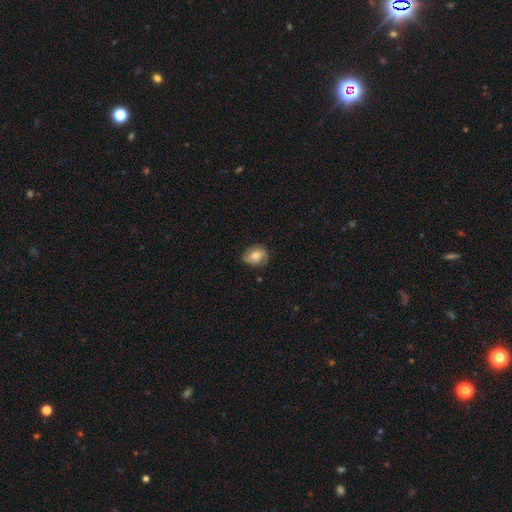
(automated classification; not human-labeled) The model was most divided on "smooth or featured": featured or disk: 48%, smooth: 43%, star or artifact: 8%. More confident: merging — none (71%).